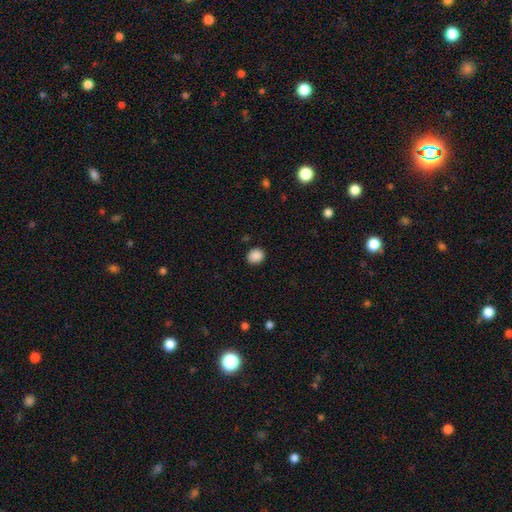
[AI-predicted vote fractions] A smooth galaxy with no disk features (88%) that is round (69%). Merging: none (87%).